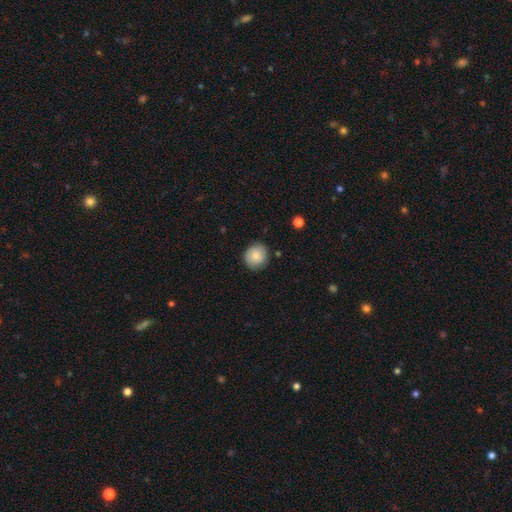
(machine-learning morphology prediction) Smooth or featured?
  - smooth: 85% *
  - star or artifact: 7%
  - featured or disk: 7%
How rounded?
  - round: 87% *
  - in between: 12%
  - cigar-shaped: 1%
Merging?
  - none: 86% *
  - minor disturbance: 10%
  - major disturbance: 2%
  - merger: 1%